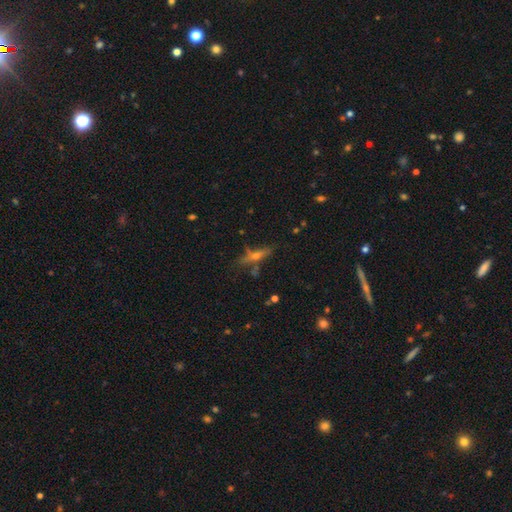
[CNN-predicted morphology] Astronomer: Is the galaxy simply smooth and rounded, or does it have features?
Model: featured or disk — 58%.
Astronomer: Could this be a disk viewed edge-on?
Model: yes — 87%.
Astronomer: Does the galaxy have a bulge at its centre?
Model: rounded — 89%.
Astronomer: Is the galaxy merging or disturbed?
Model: none — 74%.